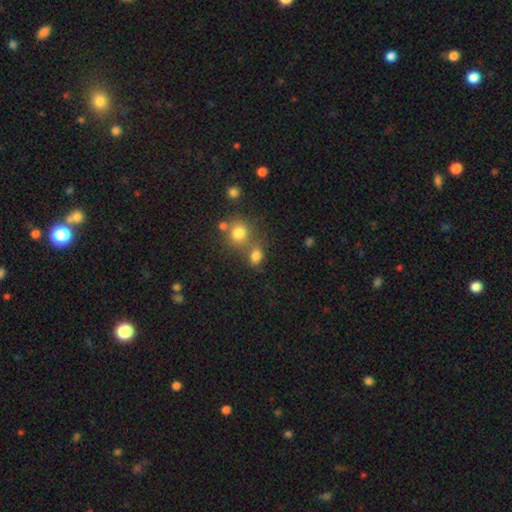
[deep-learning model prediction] Q: Smooth or featured?
A: smooth (76%); runner-up: star or artifact (15%)
Q: How rounded?
A: in between (54%); runner-up: round (44%)
Q: Merging?
A: none (49%); runner-up: merger (33%)